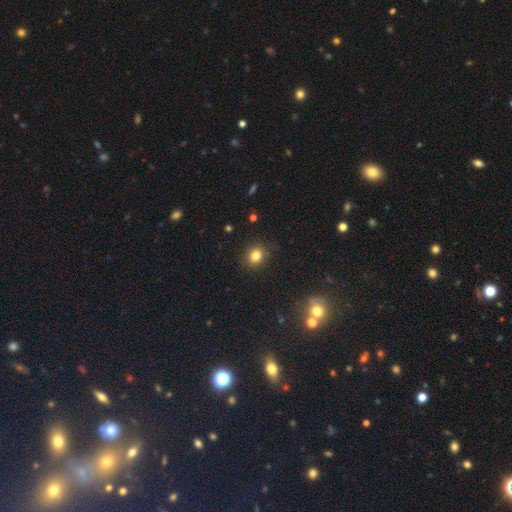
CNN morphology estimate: smooth_or_featured: smooth (p=0.81) [alt: star or artifact p=0.13]
how_rounded: round (p=0.71) [alt: in between p=0.28]
merging: none (p=0.86) [alt: minor disturbance p=0.10]